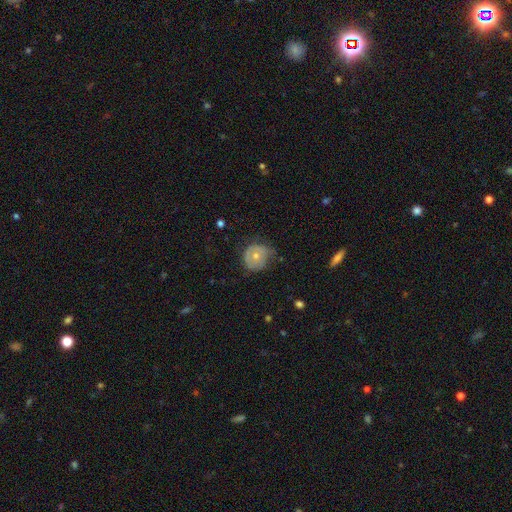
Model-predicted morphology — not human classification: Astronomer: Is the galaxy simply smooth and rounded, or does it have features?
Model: smooth — 55% (runner-up: featured or disk, 37%).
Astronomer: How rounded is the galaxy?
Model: round — 82%.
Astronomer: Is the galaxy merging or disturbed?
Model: none — 48% (runner-up: minor disturbance, 35%).